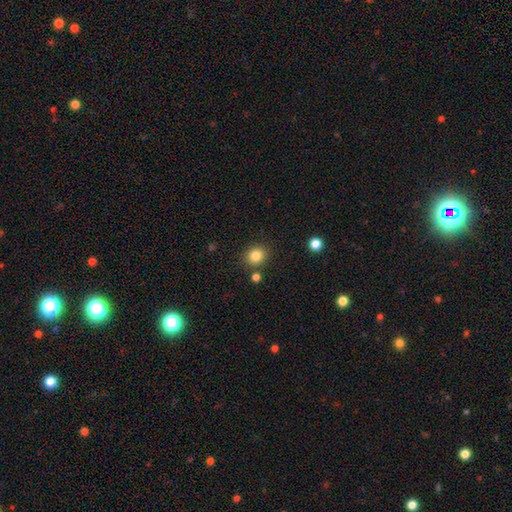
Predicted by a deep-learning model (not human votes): This appears to be a smooth galaxy with no disk features (82%) that is round (79%). Merging: none (85%).